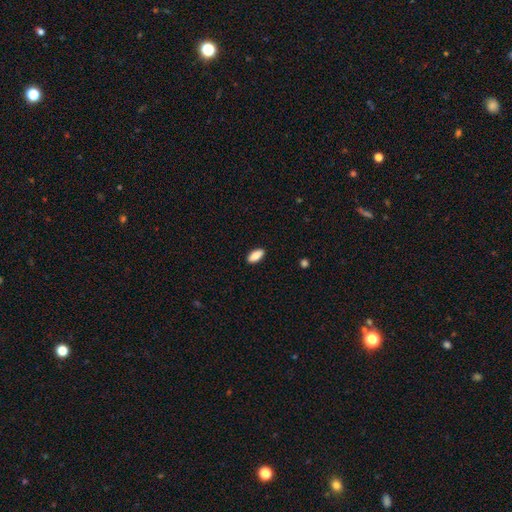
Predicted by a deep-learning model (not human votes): smooth-or-featured: smooth: 87% | star or artifact: 7% | featured or disk: 6%
  how-rounded: in between: 89% | cigar-shaped: 9% | round: 2%
  merging: none: 89% | minor disturbance: 8% | major disturbance: 2% | merger: 1%